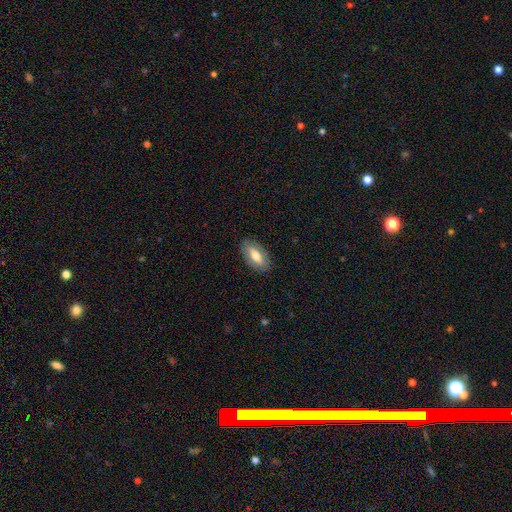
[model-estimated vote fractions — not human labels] This is likely a smooth galaxy (71%). How rounded: clearly in between (90%). Merging: clearly none (87%).